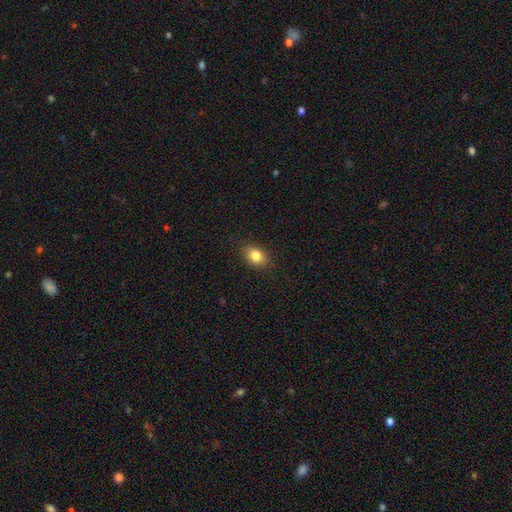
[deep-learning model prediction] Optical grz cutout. It shows a smooth galaxy with no disk features (83%) that is in between round and cigar-shaped (75%). Merging: none (88%).